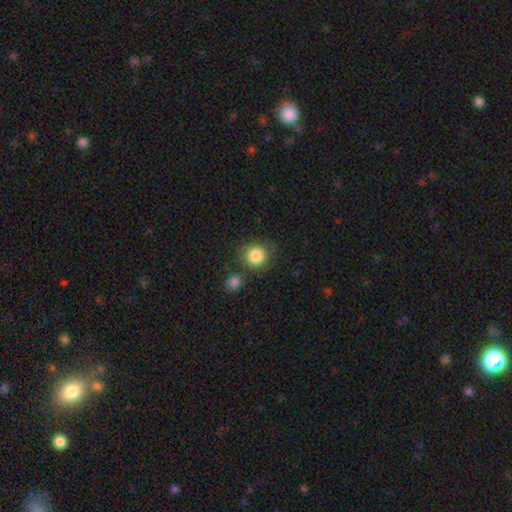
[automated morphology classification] Smooth or featured?
  - smooth: 86% *
  - star or artifact: 9%
  - featured or disk: 5%
How rounded?
  - round: 87% *
  - in between: 12%
  - cigar-shaped: 1%
Merging?
  - none: 72% *
  - merger: 12%
  - minor disturbance: 12%
  - major disturbance: 4%